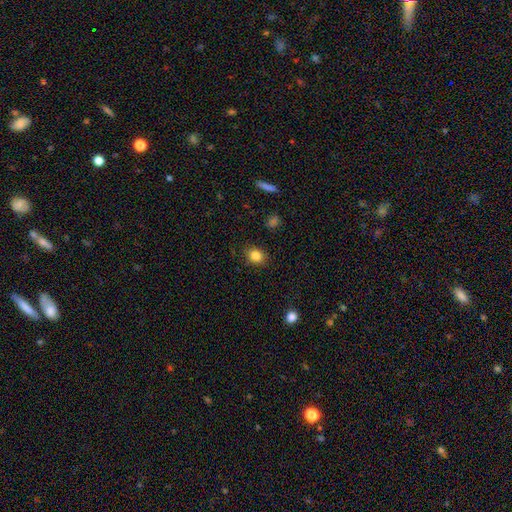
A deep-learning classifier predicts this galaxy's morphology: smooth 84%, star or artifact 10%, featured or disk 6%. Down the decision tree: how rounded — round (53%); merging — none (87%).